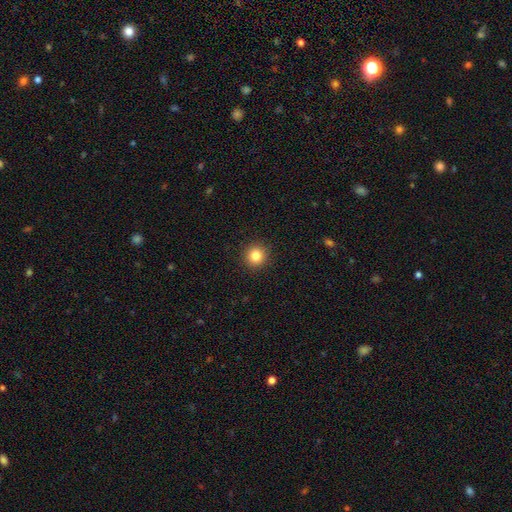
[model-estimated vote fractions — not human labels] smooth 84%, star or artifact 11%, featured or disk 5%. Down the decision tree: how rounded — round (93%); merging — none (92%).